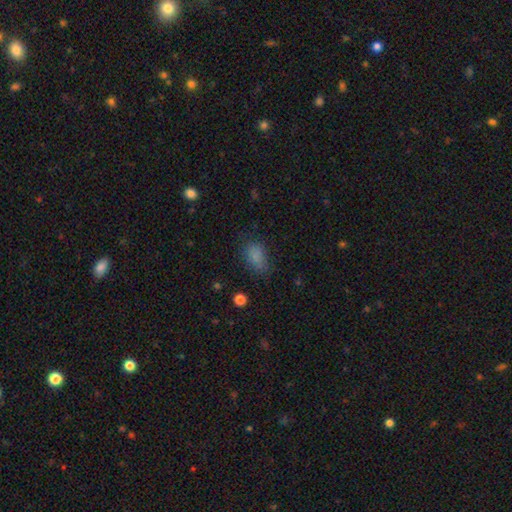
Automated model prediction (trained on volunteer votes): Smooth or featured? Predicted: smooth (p=0.80). How rounded? Predicted: in between (p=0.84). Merging? Predicted: none (p=0.66).